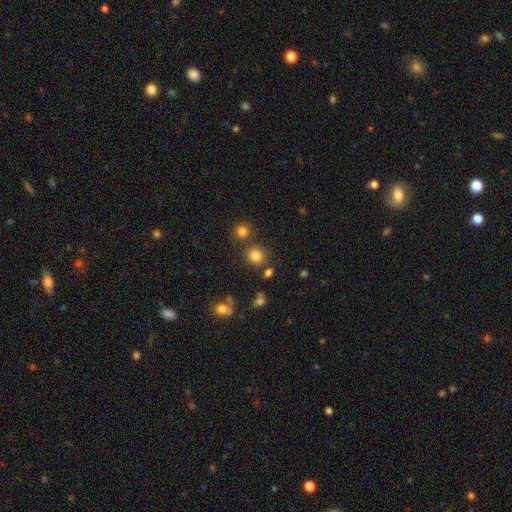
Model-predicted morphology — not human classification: type=smooth (80%); roundness=round (90%); merging=none (79%).